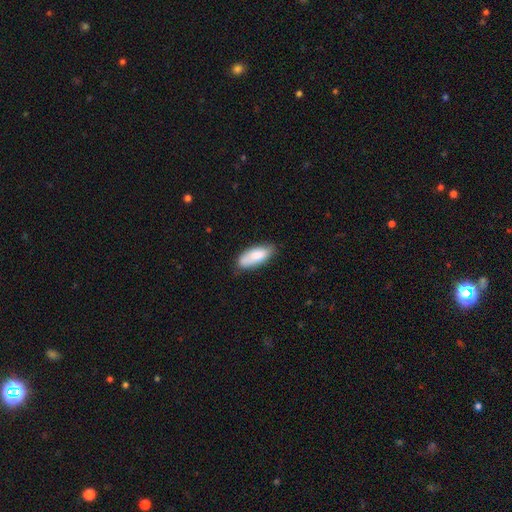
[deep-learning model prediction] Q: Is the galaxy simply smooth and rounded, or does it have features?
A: smooth — 79%.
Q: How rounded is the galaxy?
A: in between — 79%.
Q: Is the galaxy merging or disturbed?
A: none — 69%.